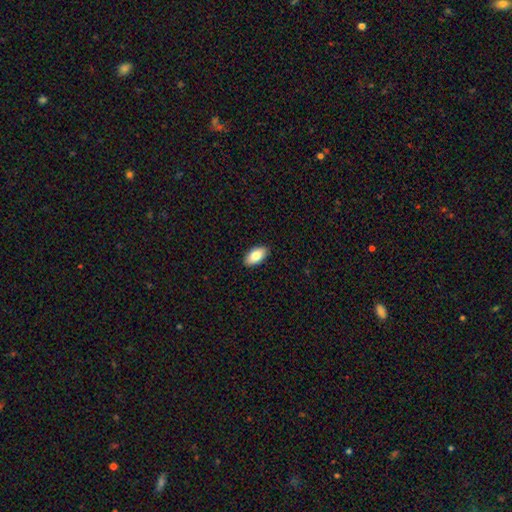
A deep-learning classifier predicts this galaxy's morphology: The model was most divided on "smooth or featured": smooth: 83%, featured or disk: 11%, star or artifact: 6%. More confident: how rounded — in between (94%); merging — none (90%).